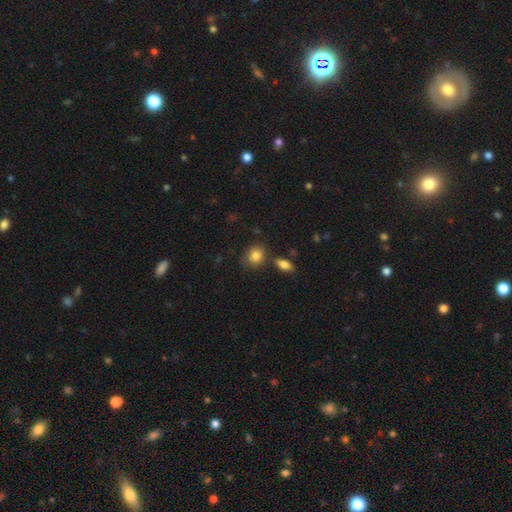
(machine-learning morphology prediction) The model was most divided on "how rounded": round: 59%, in between: 40%, cigar-shaped: 1%. More confident: smooth or featured — smooth (84%); merging — none (71%).